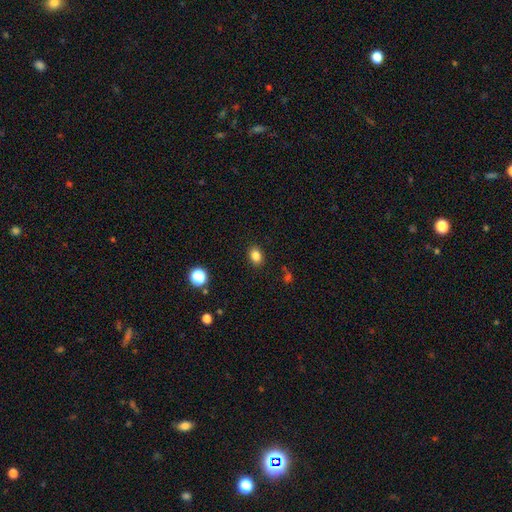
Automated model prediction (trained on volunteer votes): A smooth galaxy with no disk features (84%) that is in between round and cigar-shaped (64%).

Vote fractions:
- Smooth or featured? smooth: 84% / star or artifact: 11% / featured or disk: 5%
- How rounded? in between: 64% / round: 35% / cigar-shaped: 1%
- Merging? none: 88% / minor disturbance: 8% / major disturbance: 2% / merger: 1%